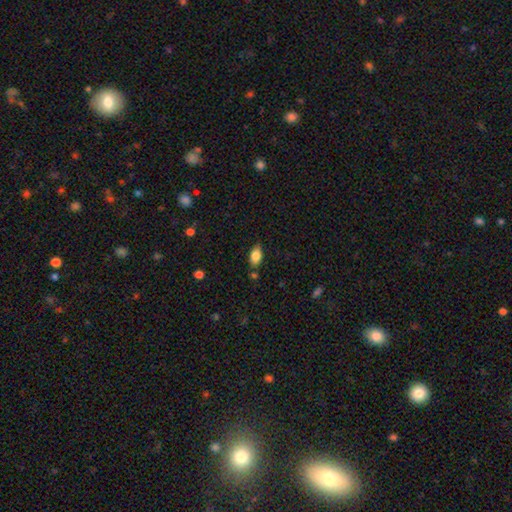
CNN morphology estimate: Overall: smooth (79%). How rounded: in between (89%). Merging: none (76%).